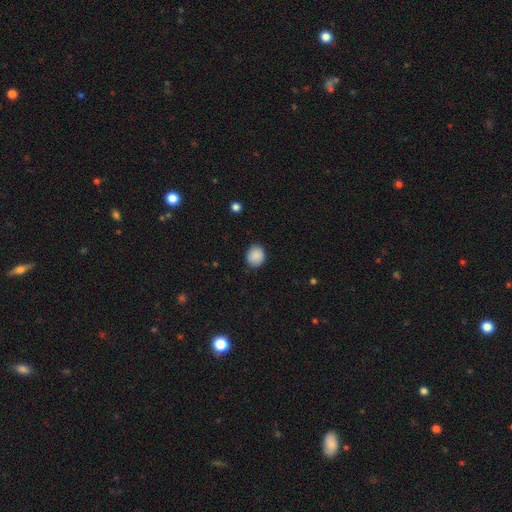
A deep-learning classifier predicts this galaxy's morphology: Smooth or featured? smooth (89%)
How rounded? round (75%)
Merging? none (88%)